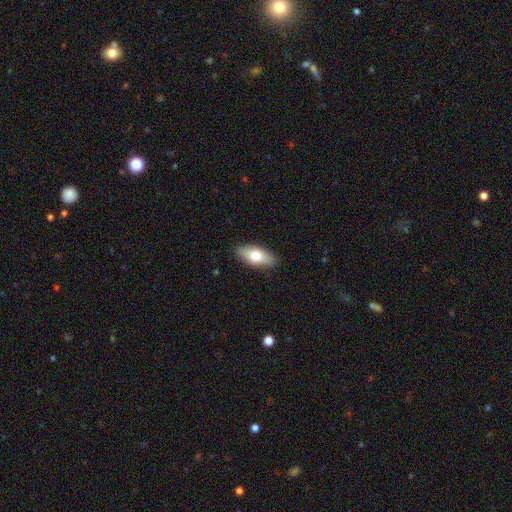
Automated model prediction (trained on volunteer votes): The model was most divided on "smooth or featured": smooth: 70%, featured or disk: 23%, star or artifact: 6%. More confident: merging — none (89%); how rounded — in between (84%).